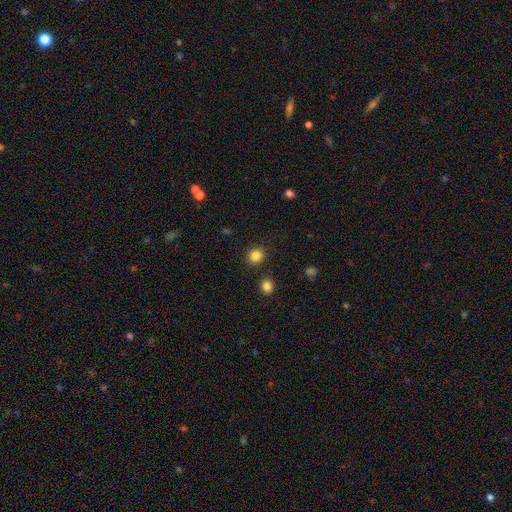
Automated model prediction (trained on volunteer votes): The model was most divided on "how rounded": round: 85%, in between: 14%, cigar-shaped: 1%. More confident: merging — none (89%); smooth or featured — smooth (84%).